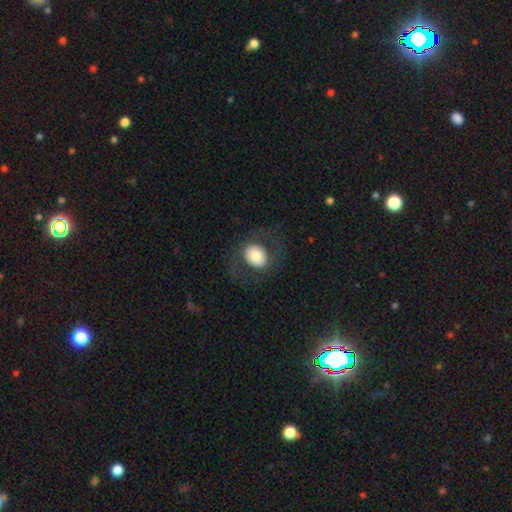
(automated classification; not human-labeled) The model was most divided on "how rounded": round: 66%, in between: 33%, cigar-shaped: 1%. More confident: merging — none (77%); smooth or featured — smooth (69%).